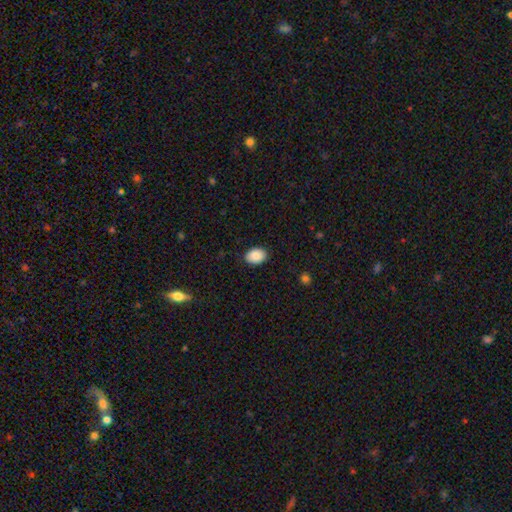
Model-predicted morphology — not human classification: The model was most divided on "how rounded": in between: 78%, round: 21%, cigar-shaped: 1%. More confident: smooth or featured — smooth (88%); merging — none (88%).